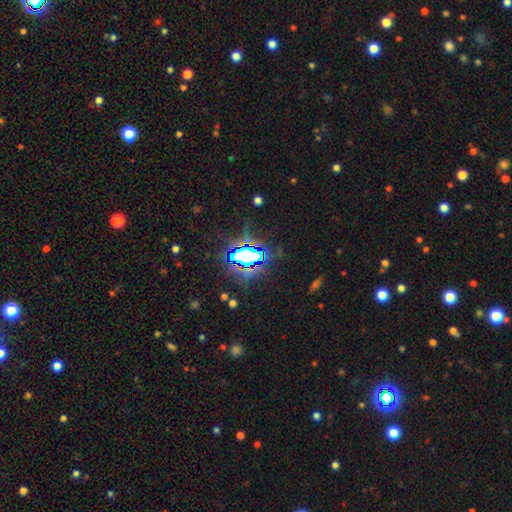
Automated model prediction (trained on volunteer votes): This appears to be a star or artifact, not a galaxy (75%).